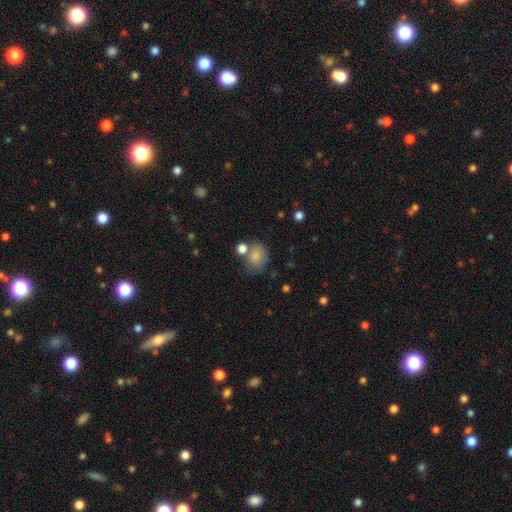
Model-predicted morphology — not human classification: smooth-or-featured: smooth: 80% | featured or disk: 10% | star or artifact: 10%
  how-rounded: round: 54% | in between: 45% | cigar-shaped: 1%
  merging: none: 53% | minor disturbance: 20% | merger: 18% | major disturbance: 8%